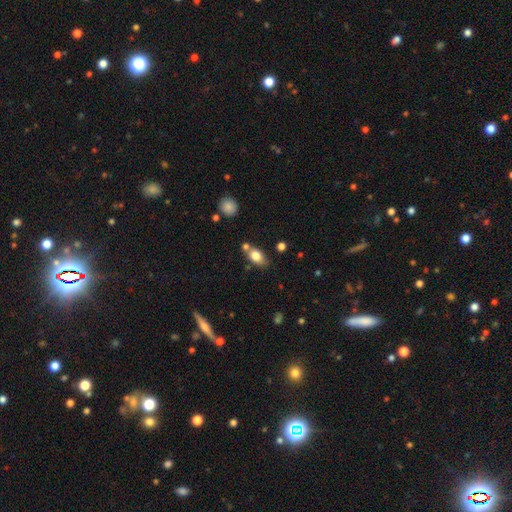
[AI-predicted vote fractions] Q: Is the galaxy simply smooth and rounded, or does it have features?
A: smooth — 79%.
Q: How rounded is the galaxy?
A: in between — 81%.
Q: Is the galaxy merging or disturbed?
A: none — 61%.